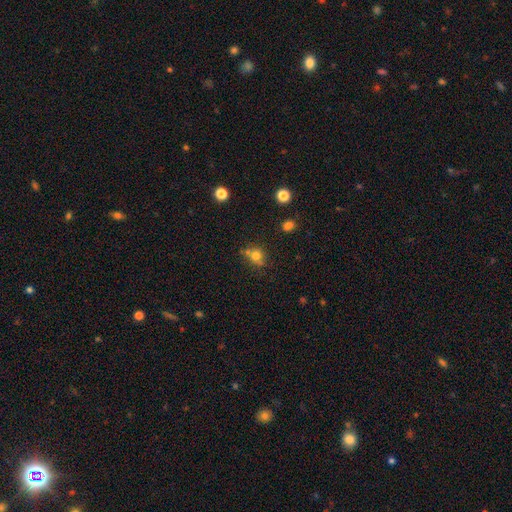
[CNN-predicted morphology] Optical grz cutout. It shows a smooth galaxy with no disk features (75%) that is round (75%). Merging: none (58%).